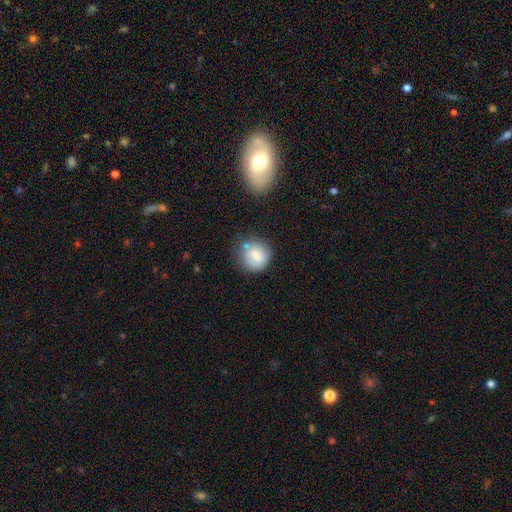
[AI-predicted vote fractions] Morphology: type=smooth (73%); roundness=round (88%); merging=none (65%).